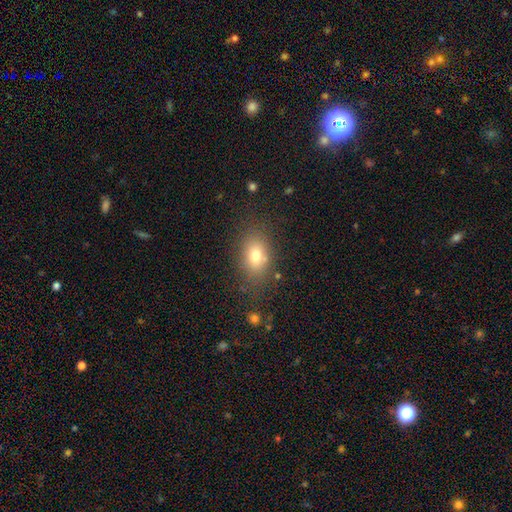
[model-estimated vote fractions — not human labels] This appears to be a smooth galaxy with no disk features (75%) that is in between round and cigar-shaped (73%). Merging: none (78%).